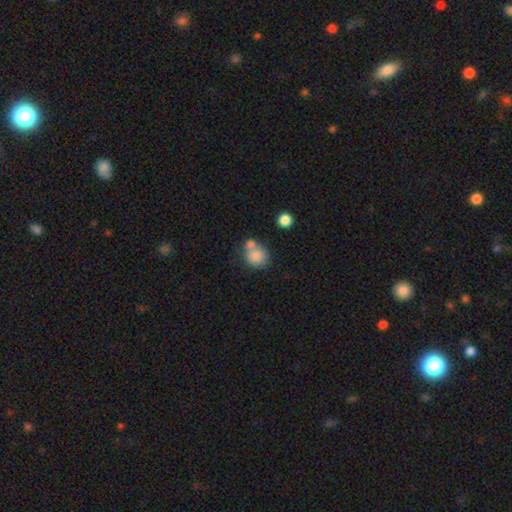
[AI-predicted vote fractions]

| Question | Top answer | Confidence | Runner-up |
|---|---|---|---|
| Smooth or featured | smooth | 82% | star or artifact (9%) |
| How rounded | round | 79% | in between (20%) |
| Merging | none | 47% | merger (36%) |